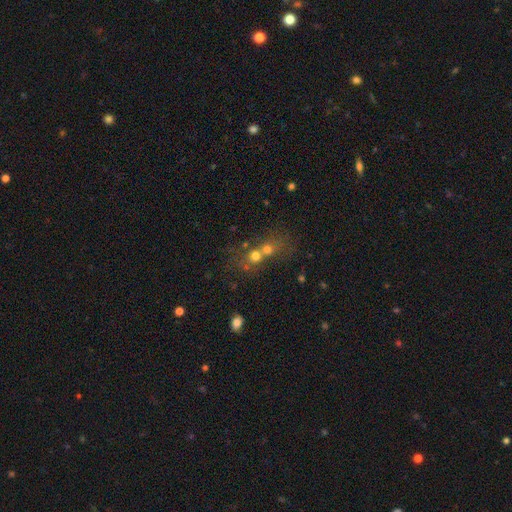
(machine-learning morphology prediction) smooth 62%, featured or disk 21%, star or artifact 17%. Down the decision tree: how rounded — round (76%); merging — merger (62%).